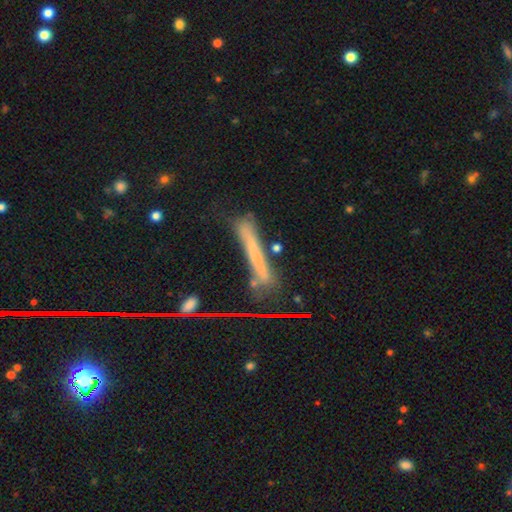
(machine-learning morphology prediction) This appears to be a smooth galaxy with no disk features (44%). Merging: none (61%).